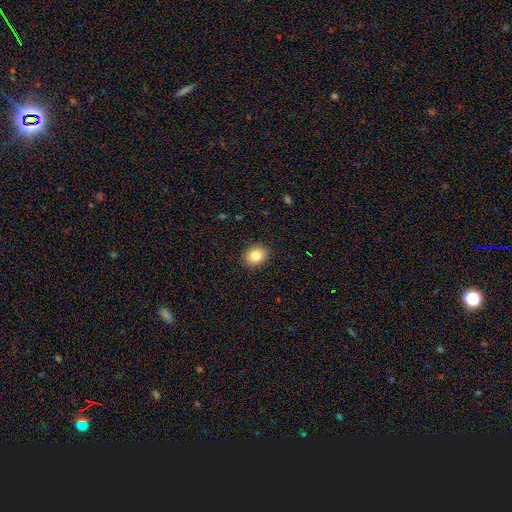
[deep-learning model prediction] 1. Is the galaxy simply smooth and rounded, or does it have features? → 83% smooth, 9% star or artifact, 7% featured or disk.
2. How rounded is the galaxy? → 51% in between, 48% round, 1% cigar-shaped.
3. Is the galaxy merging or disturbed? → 90% none, 7% minor disturbance, 2% major disturbance, 1% merger.